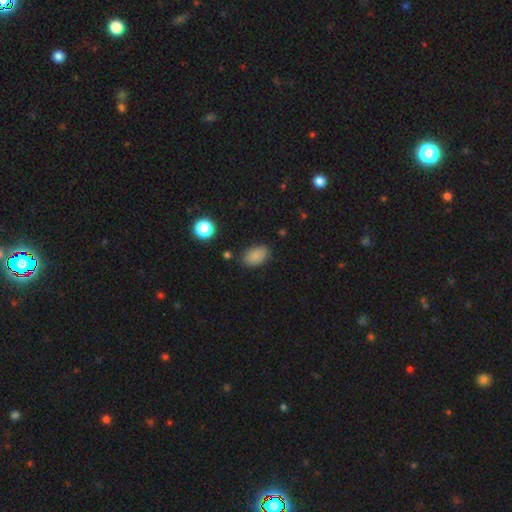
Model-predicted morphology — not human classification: smooth_or_featured: smooth (p=0.85) [alt: star or artifact p=0.10]
how_rounded: in between (p=0.89) [alt: round p=0.10]
merging: none (p=0.80) [alt: minor disturbance p=0.15]